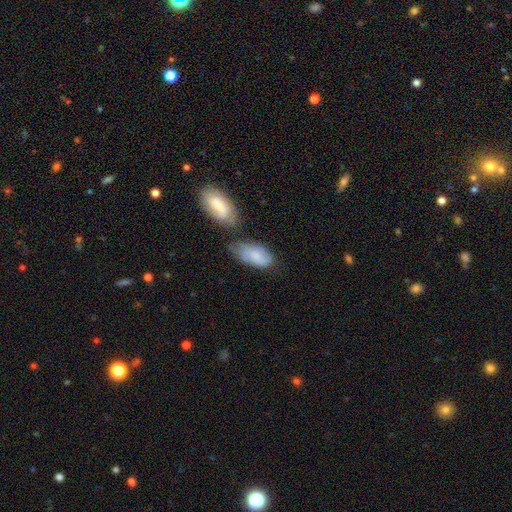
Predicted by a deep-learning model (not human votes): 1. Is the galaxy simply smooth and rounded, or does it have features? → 68% smooth, 26% featured or disk, 7% star or artifact.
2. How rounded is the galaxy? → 92% in between, 5% cigar-shaped, 3% round.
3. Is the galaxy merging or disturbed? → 38% none, 27% minor disturbance, 23% merger, 12% major disturbance.